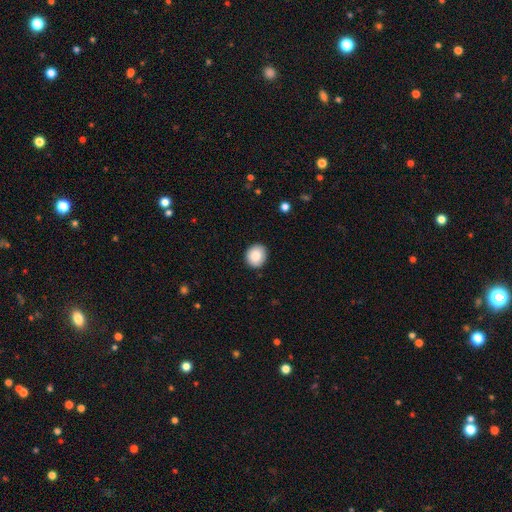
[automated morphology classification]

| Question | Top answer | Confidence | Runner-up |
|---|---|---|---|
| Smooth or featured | smooth | 86% | star or artifact (8%) |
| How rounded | round | 79% | in between (20%) |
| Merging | none | 88% | minor disturbance (9%) |